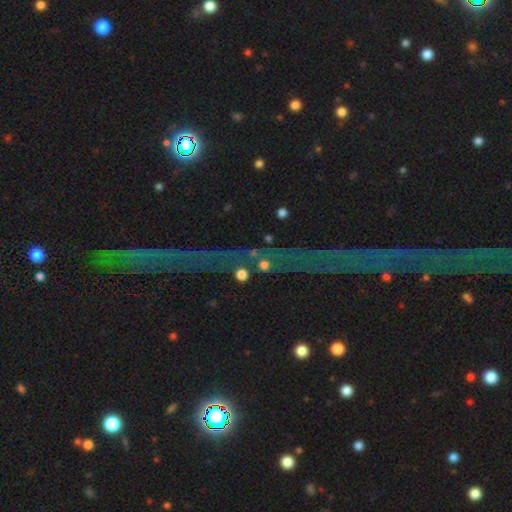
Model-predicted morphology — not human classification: Smooth or featured? Predicted: star or artifact (p=0.81).